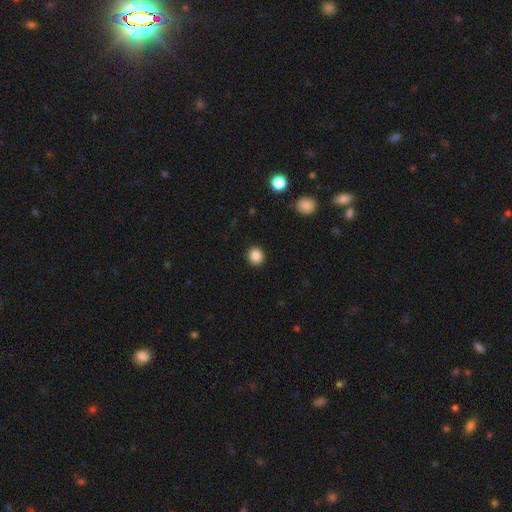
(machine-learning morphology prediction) smooth 87%, star or artifact 10%, featured or disk 3%. Down the decision tree: how rounded — round (87%); merging — none (92%).